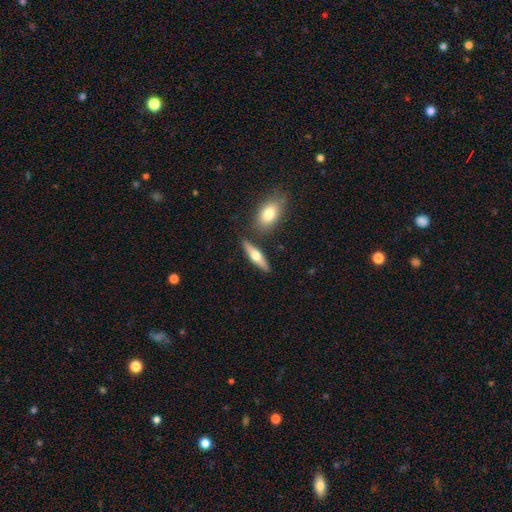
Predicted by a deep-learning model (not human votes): smooth-or-featured: featured or disk: 50% | smooth: 44% | star or artifact: 6%
  disk-edge-on: yes: 91% | no: 9%
  merging: none: 80% | minor disturbance: 9% | merger: 8% | major disturbance: 3%